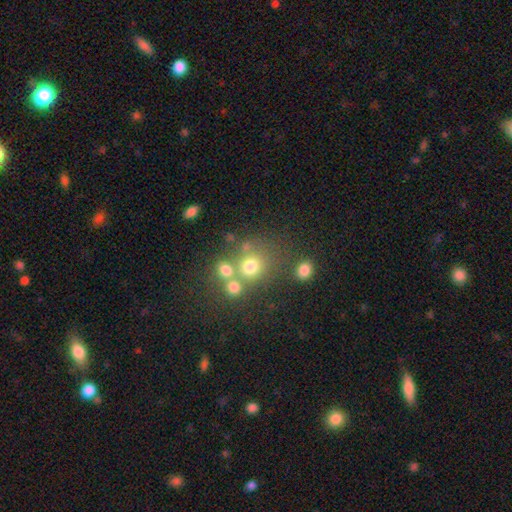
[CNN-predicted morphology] Smooth or featured?
  - smooth: 50% *
  - star or artifact: 35%
  - featured or disk: 15%
How rounded?
  - round: 82% *
  - in between: 17%
  - cigar-shaped: 1%
Merging?
  - none: 56% *
  - merger: 32%
  - minor disturbance: 8%
  - major disturbance: 4%